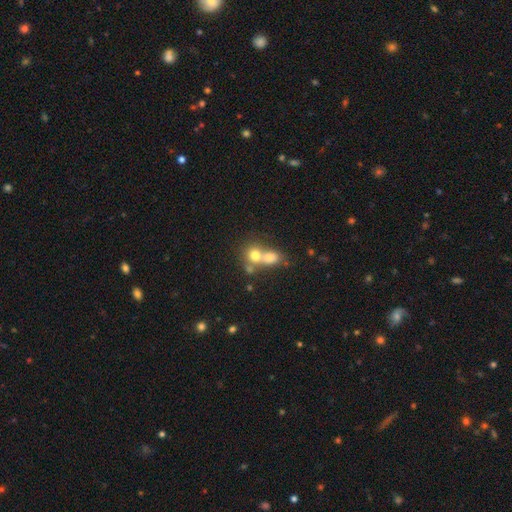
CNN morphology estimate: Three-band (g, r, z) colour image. It shows a smooth galaxy with no disk features (69%) that is round (72%). Merging: merger (67%).